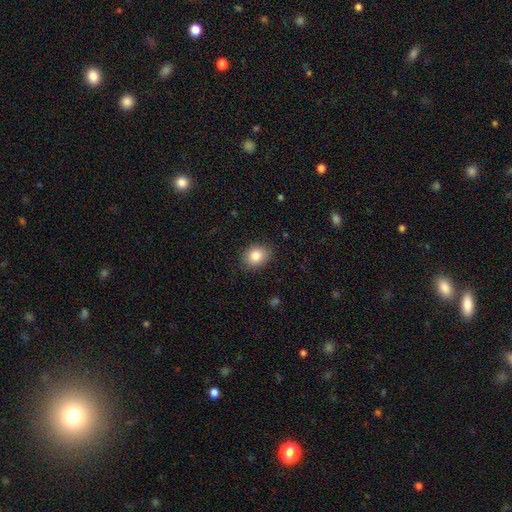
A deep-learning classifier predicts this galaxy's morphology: This is clearly a smooth galaxy (83%). How rounded: possibly round (52%). Merging: clearly none (86%).